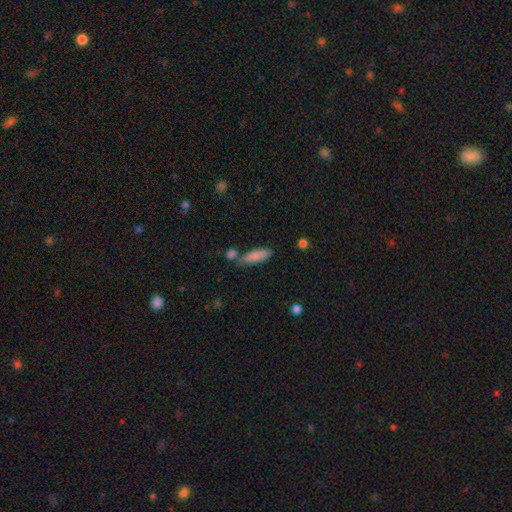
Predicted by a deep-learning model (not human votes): Overall: smooth (85%). How rounded: cigar-shaped (54%; in between 44%). Merging: none (65%).